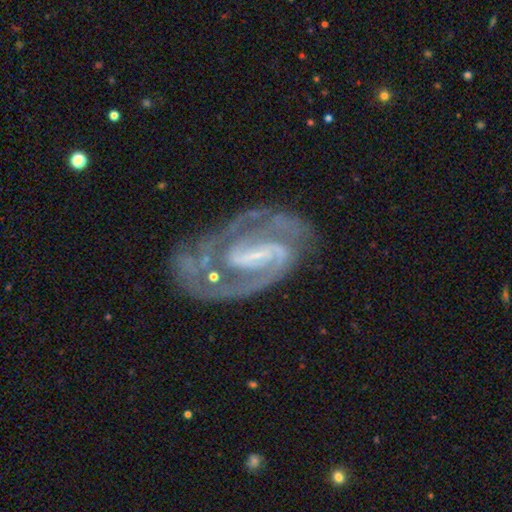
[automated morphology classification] featured or disk 90%, star or artifact 5%, smooth 4%. Down the decision tree: edge-on disk — no (97%); bar — strong (50%); spiral arms — yes (97%); spiral arm count — 2 (81%); spiral winding — medium (47%); bulge size — small (58%); merging — none (62%).